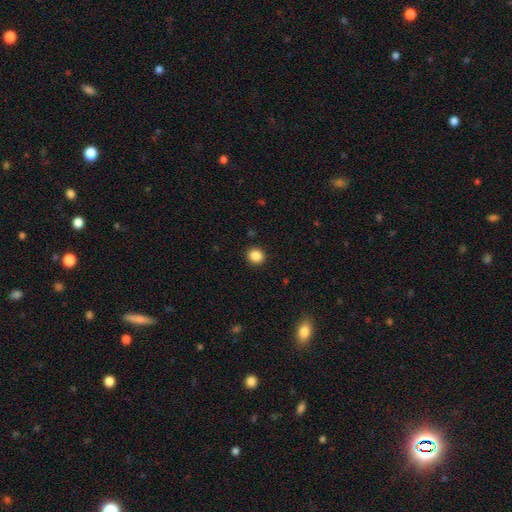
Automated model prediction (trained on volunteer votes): Smooth or featured? Predicted: smooth (p=0.87). How rounded? Predicted: round (p=0.88). Merging? Predicted: none (p=0.91).